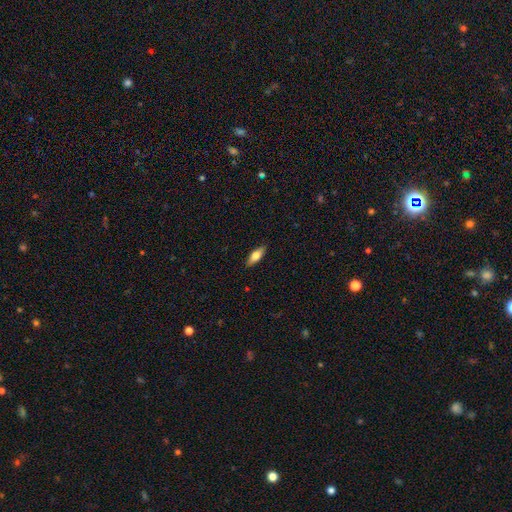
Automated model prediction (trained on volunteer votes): The model was most divided on "how rounded": in between: 68%, cigar-shaped: 29%, round: 2%. More confident: merging — none (88%); smooth or featured — smooth (72%).